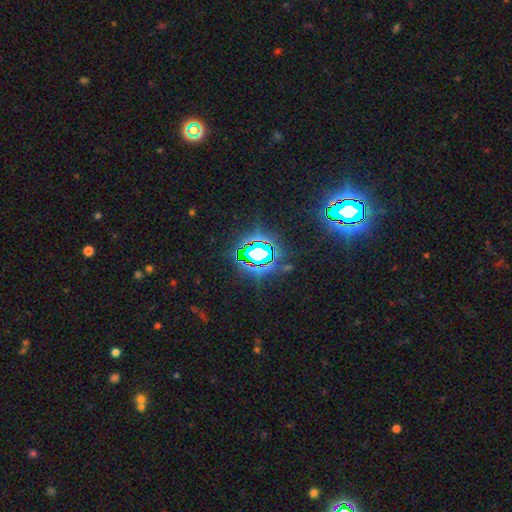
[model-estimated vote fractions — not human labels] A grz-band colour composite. It shows a star or artifact, not a galaxy (76%).